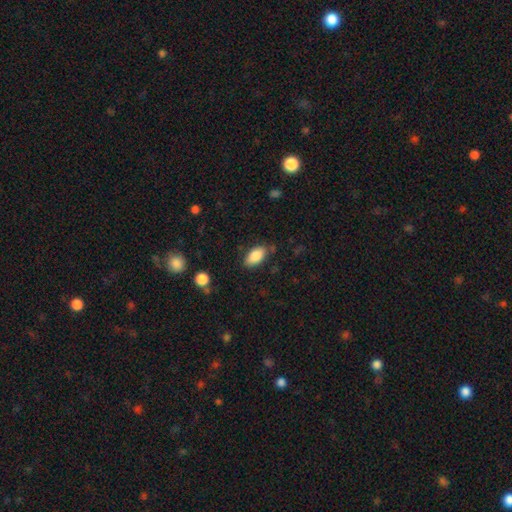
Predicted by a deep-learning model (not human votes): Smooth or featured?
  - smooth: 85% *
  - featured or disk: 7%
  - star or artifact: 7%
How rounded?
  - in between: 92% *
  - cigar-shaped: 4%
  - round: 4%
Merging?
  - none: 78% *
  - minor disturbance: 16%
  - major disturbance: 4%
  - merger: 2%